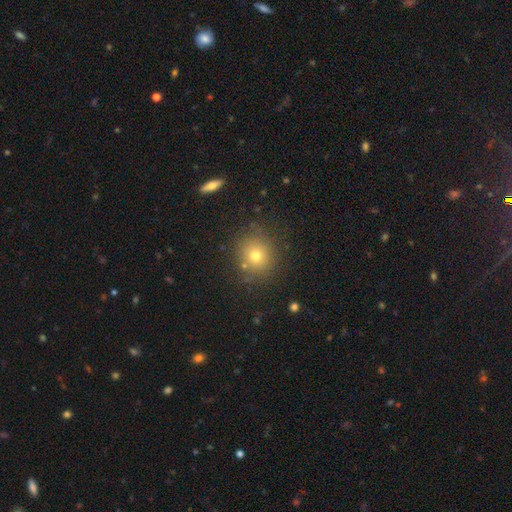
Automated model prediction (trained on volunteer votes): Smooth or featured? Predicted: smooth (p=0.72). How rounded? Predicted: round (p=0.88). Merging? Predicted: none (p=0.85).